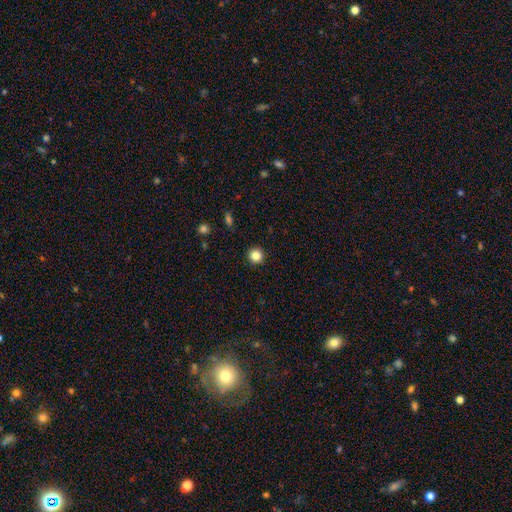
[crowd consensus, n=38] A smooth galaxy with no disk features (89%) that is round (100%).

Vote fractions:
- Smooth or featured? smooth: 89% / featured or disk: 5% / star or artifact: 5%
- How rounded? round: 100% / in between: 0% / cigar-shaped: 0%
- Merging? none: 92% / minor disturbance: 6% / major disturbance: 3% / merger: 0%